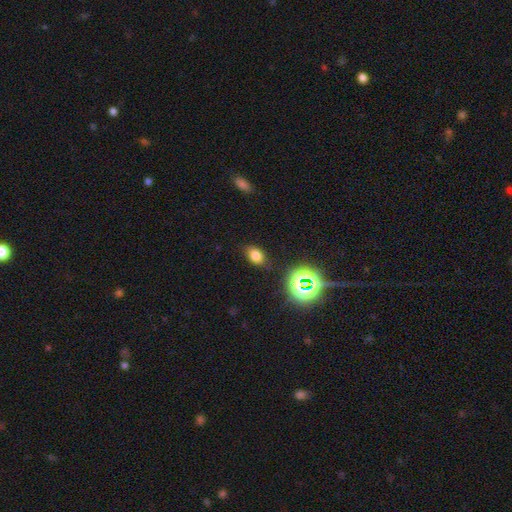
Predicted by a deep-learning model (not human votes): smooth-or-featured: smooth: 72% | star or artifact: 20% | featured or disk: 8%
  how-rounded: in between: 77% | round: 21% | cigar-shaped: 2%
  merging: none: 81% | minor disturbance: 14% | major disturbance: 4% | merger: 2%